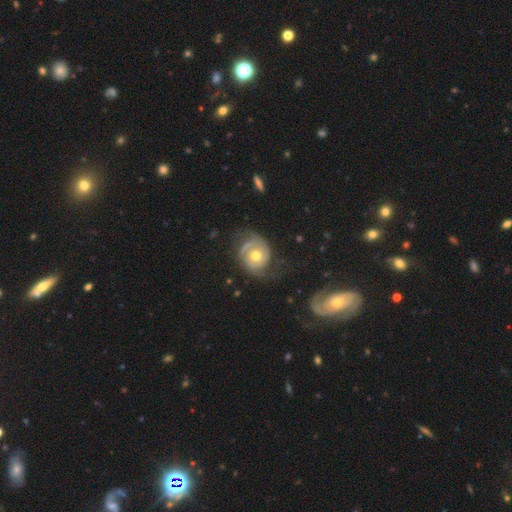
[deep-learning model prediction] Smooth or featured?
  - featured or disk: 79% *
  - smooth: 16%
  - star or artifact: 5%
Edge-on disk?
  - no: 97% *
  - yes: 3%
Bar?
  - no: 79% *
  - weak: 17%
  - strong: 4%
Spiral arms?
  - yes: 90% *
  - no: 10%
Spiral winding?
  - tight: 47% *
  - medium: 35%
  - loose: 18%
Spiral arm count?
  - 2: 64% *
  - 1: 15%
  - can't tell: 12%
  - 3: 5%
  - 4: 2%
  - more than 4: 2%
Bulge size?
  - moderate: 77% *
  - small: 13%
  - large: 7%
  - dominant: 1%
  - none: 1%
Merging?
  - none: 55% *
  - minor disturbance: 23%
  - major disturbance: 20%
  - merger: 3%